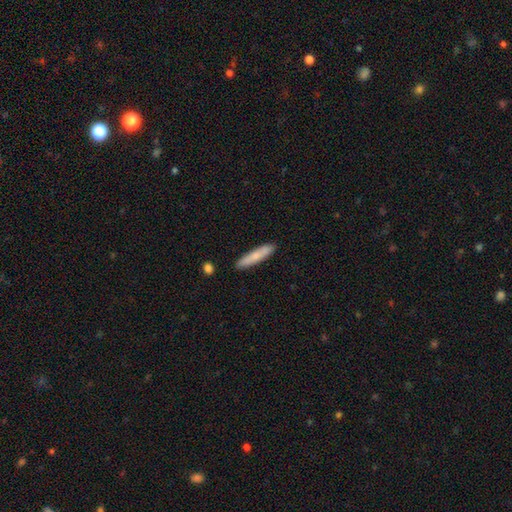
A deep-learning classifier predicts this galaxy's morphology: Smooth or featured?
  - smooth: 73% *
  - featured or disk: 21%
  - star or artifact: 6%
How rounded?
  - cigar-shaped: 88% *
  - in between: 11%
  - round: 1%
Merging?
  - none: 89% *
  - minor disturbance: 8%
  - major disturbance: 2%
  - merger: 2%